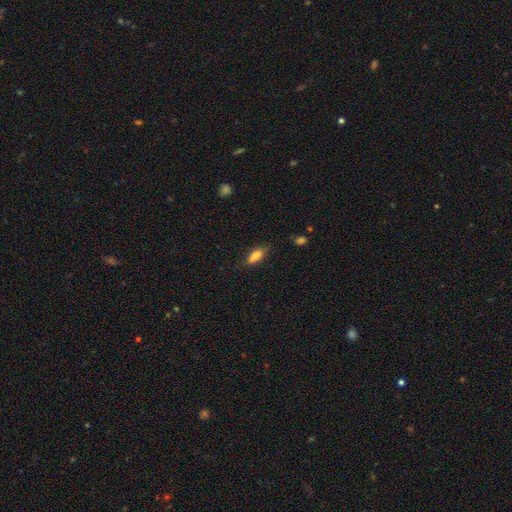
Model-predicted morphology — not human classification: smooth_or_featured: smooth (p=0.73) [alt: featured or disk p=0.19]
how_rounded: in between (p=0.63) [alt: cigar-shaped p=0.34]
merging: none (p=0.73) [alt: minor disturbance p=0.19]